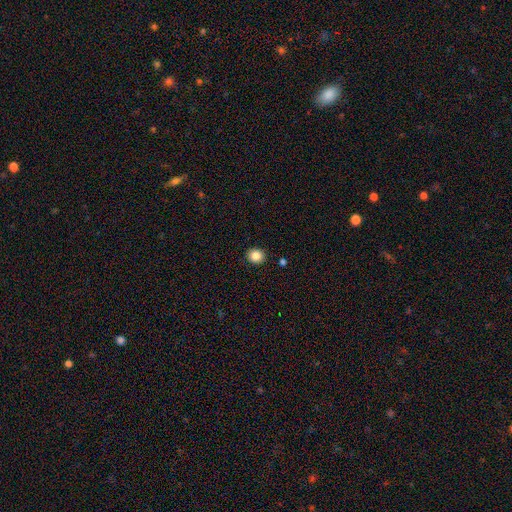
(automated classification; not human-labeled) smooth 86%, star or artifact 10%, featured or disk 4%. Down the decision tree: how rounded — round (80%); merging — none (91%).